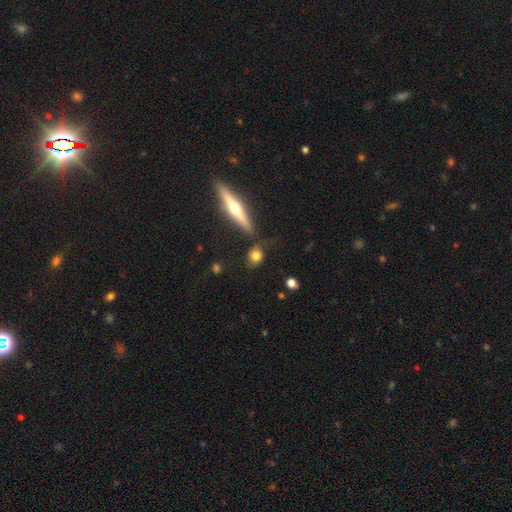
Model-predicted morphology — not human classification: Smooth or featured? smooth (70%)
How rounded? round (62%)
Merging? none (68%)